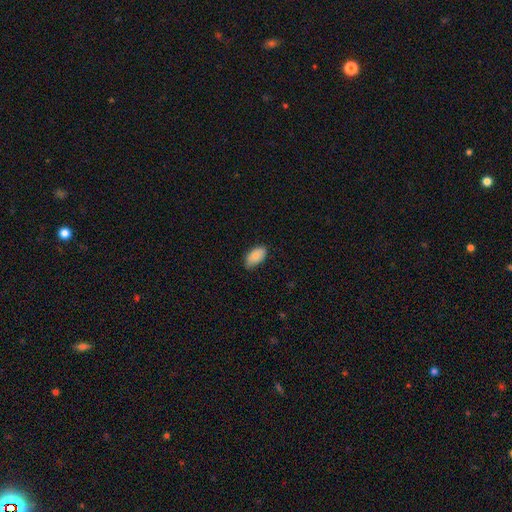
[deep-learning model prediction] This appears to be a smooth galaxy with no disk features (83%) that is in between round and cigar-shaped (94%). Merging: none (77%).